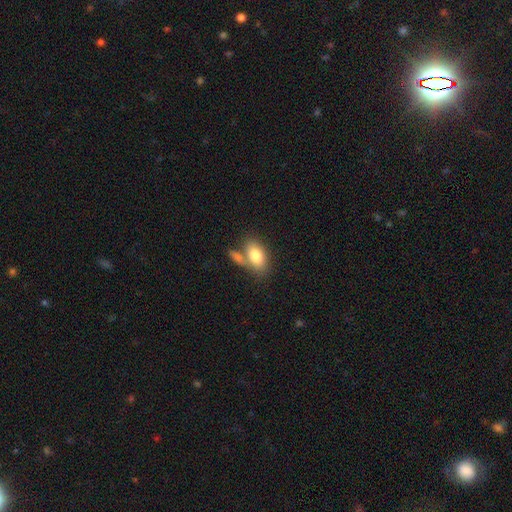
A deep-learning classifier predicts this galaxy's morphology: smooth 80%, featured or disk 14%, star or artifact 6%. Down the decision tree: how rounded — in between (89%); merging — none (46%).